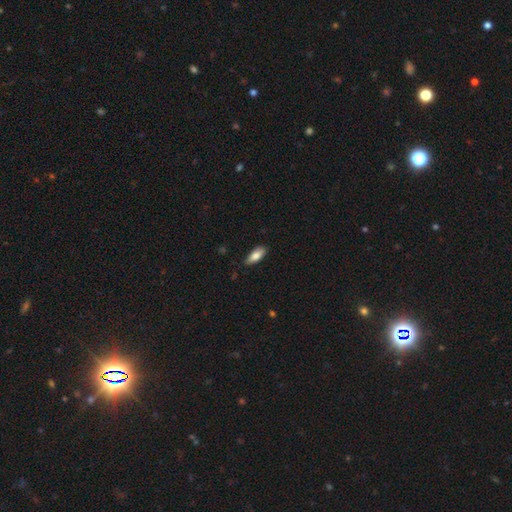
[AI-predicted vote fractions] Smooth or featured?
  - smooth: 76% *
  - featured or disk: 17%
  - star or artifact: 6%
How rounded?
  - in between: 76% *
  - cigar-shaped: 22%
  - round: 2%
Merging?
  - none: 82% *
  - minor disturbance: 14%
  - major disturbance: 2%
  - merger: 1%